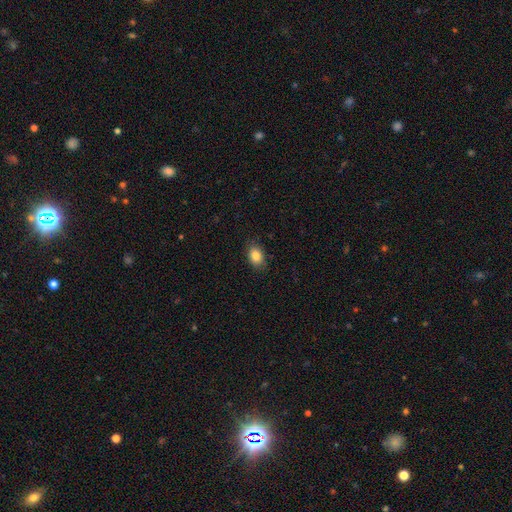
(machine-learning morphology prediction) smooth 85%, star or artifact 8%, featured or disk 7%. Down the decision tree: how rounded — in between (81%); merging — none (85%).